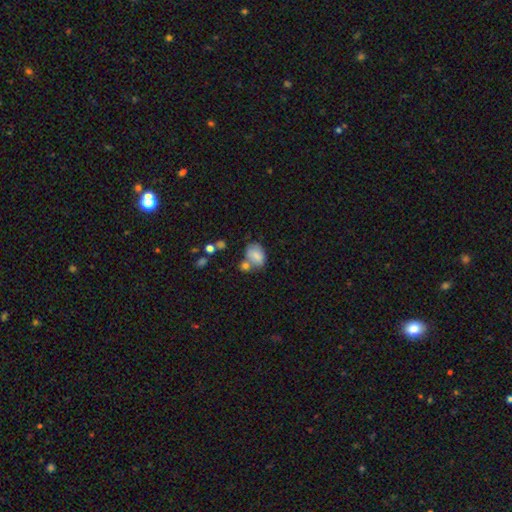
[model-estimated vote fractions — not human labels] smooth_or_featured: smooth (p=0.76) [alt: featured or disk p=0.15]
how_rounded: in between (p=0.74) [alt: round p=0.24]
merging: none (p=0.39) [alt: merger p=0.35]